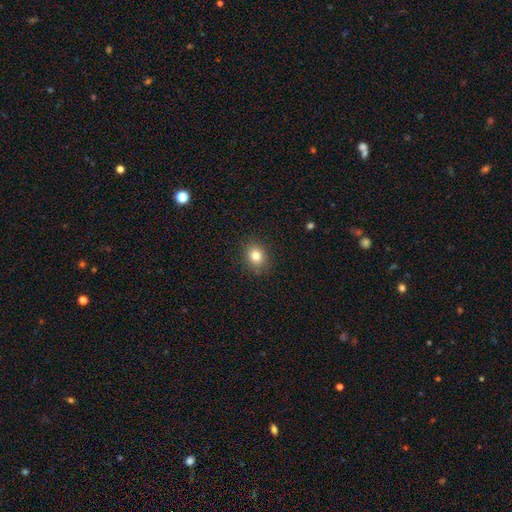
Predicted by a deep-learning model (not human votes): Q: Smooth or featured?
A: smooth (80%); runner-up: star or artifact (12%)
Q: How rounded?
A: round (59%); runner-up: in between (40%)
Q: Merging?
A: none (87%); runner-up: minor disturbance (9%)